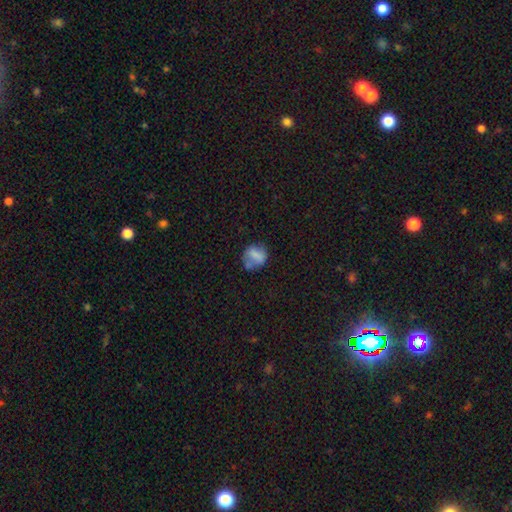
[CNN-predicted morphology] The model was most divided on "merging": none: 48%, minor disturbance: 25%, merger: 14%, major disturbance: 13%. More confident: smooth or featured — smooth (68%); how rounded — round (62%).